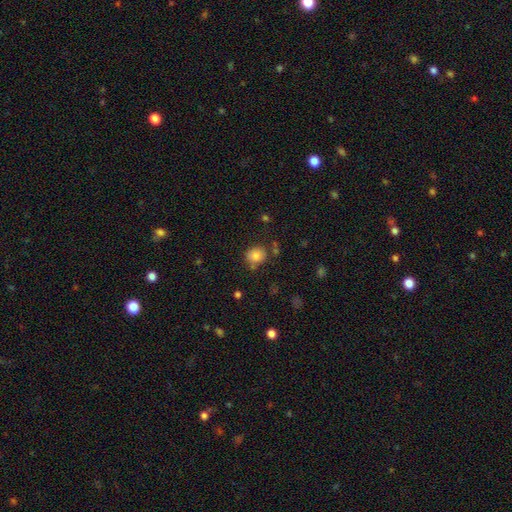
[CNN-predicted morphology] Smooth or featured?
  - smooth: 82% *
  - star or artifact: 11%
  - featured or disk: 7%
How rounded?
  - round: 72% *
  - in between: 27%
  - cigar-shaped: 1%
Merging?
  - none: 75% *
  - minor disturbance: 14%
  - merger: 7%
  - major disturbance: 4%